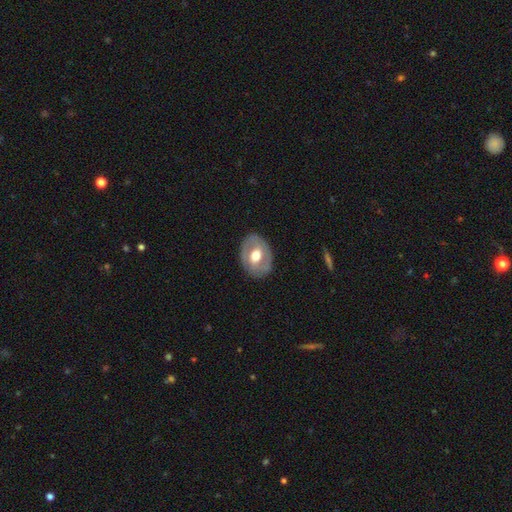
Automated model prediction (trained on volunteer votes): featured or disk 55%, smooth 40%, star or artifact 5%. Down the decision tree: edge-on disk — no (93%); bar — no (54%); spiral arms — no (70%); bulge size — moderate (66%); merging — none (82%).